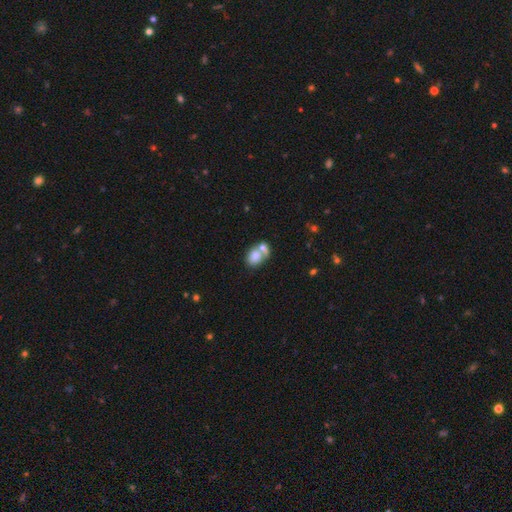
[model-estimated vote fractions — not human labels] Smooth or featured? Predicted: smooth (p=0.75). How rounded? Predicted: in between (p=0.70). Merging? Predicted: merger (p=0.60).